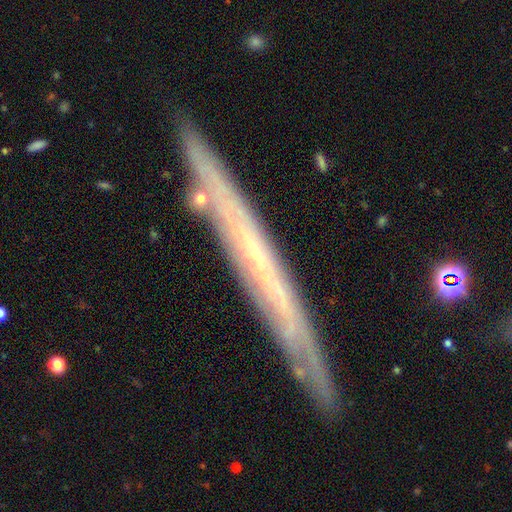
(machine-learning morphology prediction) featured or disk 73%, smooth 19%, star or artifact 8%. Down the decision tree: edge-on disk — yes (87%); edge-on bulge — none (79%); merging — none (84%).